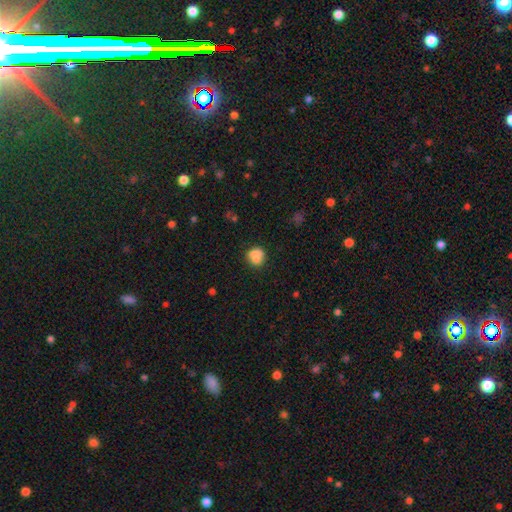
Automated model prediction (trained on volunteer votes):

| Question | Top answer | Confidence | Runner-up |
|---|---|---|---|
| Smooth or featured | smooth | 74% | featured or disk (16%) |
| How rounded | round | 78% | in between (21%) |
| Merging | none | 48% | merger (31%) |